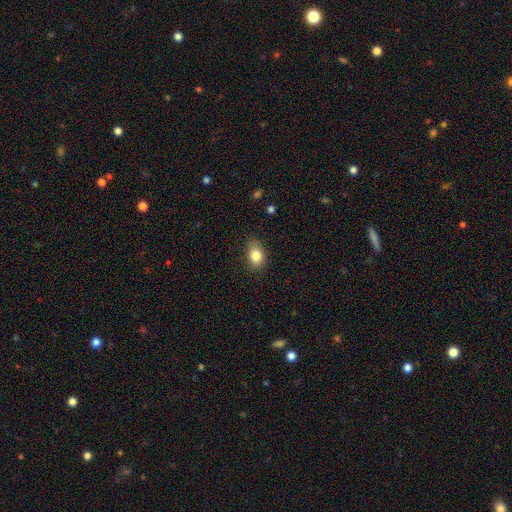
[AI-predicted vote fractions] Smooth or featured? smooth (84%)
How rounded? in between (80%)
Merging? none (83%)